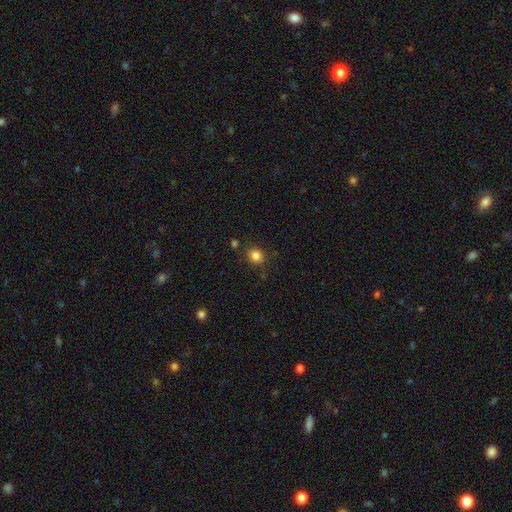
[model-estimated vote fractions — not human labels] The model was most divided on "how rounded": round: 83%, in between: 16%, cigar-shaped: 1%. More confident: smooth or featured — smooth (83%); merging — none (82%).